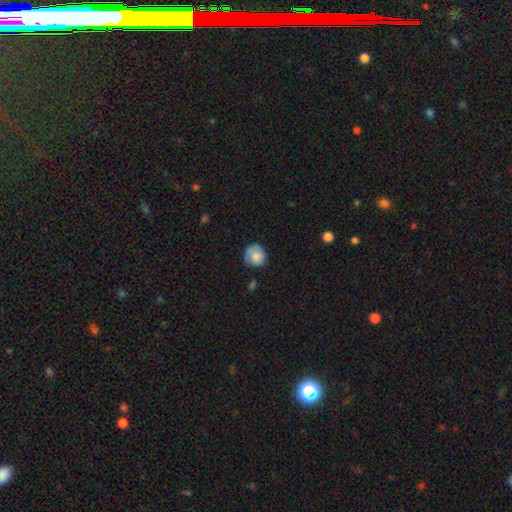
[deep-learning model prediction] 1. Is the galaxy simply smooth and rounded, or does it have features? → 79% smooth, 14% featured or disk, 7% star or artifact.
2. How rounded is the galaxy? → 82% round, 17% in between, 1% cigar-shaped.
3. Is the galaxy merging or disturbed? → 65% none, 26% minor disturbance, 7% major disturbance, 2% merger.